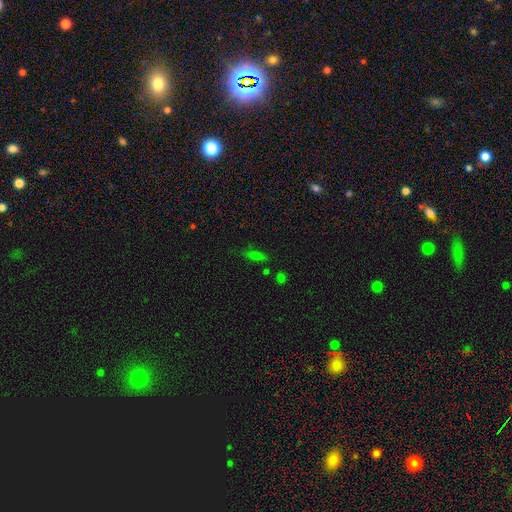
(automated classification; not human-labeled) Smooth or featured: smooth — 66% (star or artifact — 21%)
How rounded: in between — 50% (cigar-shaped — 45%)
Merging: none — 73% (minor disturbance — 17%)